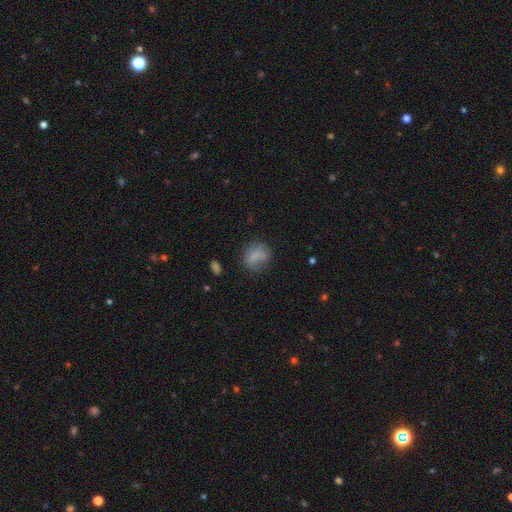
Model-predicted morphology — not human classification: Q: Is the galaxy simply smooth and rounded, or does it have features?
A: smooth — 70%.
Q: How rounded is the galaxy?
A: round — 64%.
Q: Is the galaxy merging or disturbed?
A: none — 55%.